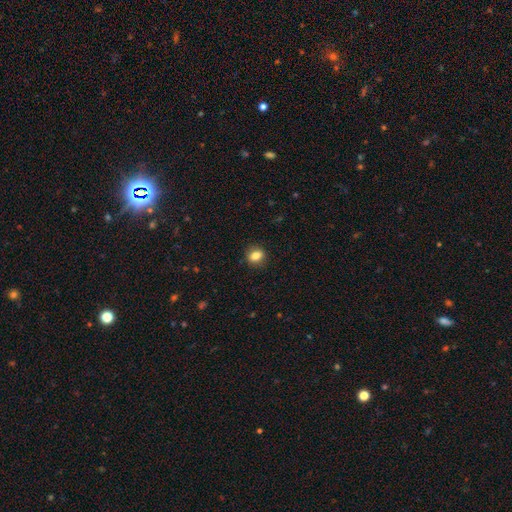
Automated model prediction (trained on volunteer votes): Overall: smooth (83%). How rounded: round (58%; in between 40%). Merging: none (88%).